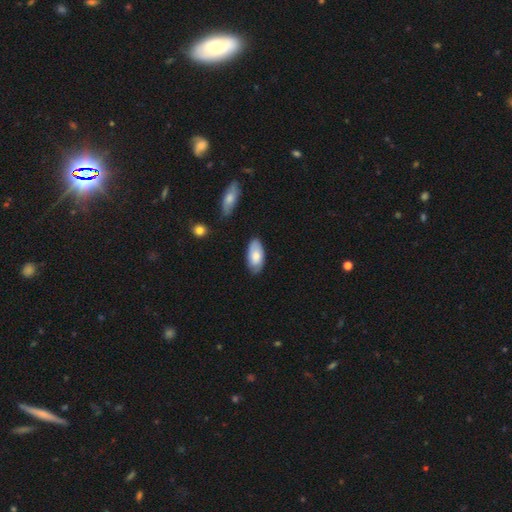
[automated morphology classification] A smooth galaxy with no disk features (71%) that is in between round and cigar-shaped (94%).

Vote fractions:
- Smooth or featured? smooth: 71% / featured or disk: 24% / star or artifact: 6%
- How rounded? in between: 94% / cigar-shaped: 3% / round: 3%
- Merging? none: 78% / minor disturbance: 17% / major disturbance: 3% / merger: 2%